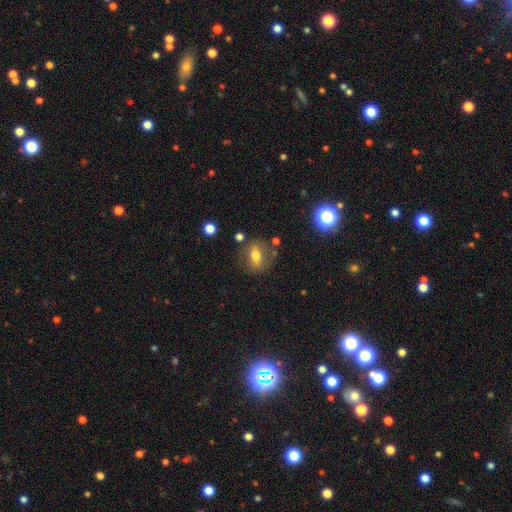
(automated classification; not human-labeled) Smooth or featured: smooth — 52% (featured or disk — 38%)
How rounded: in between — 59% (round — 29%)
Merging: none — 74% (minor disturbance — 14%)